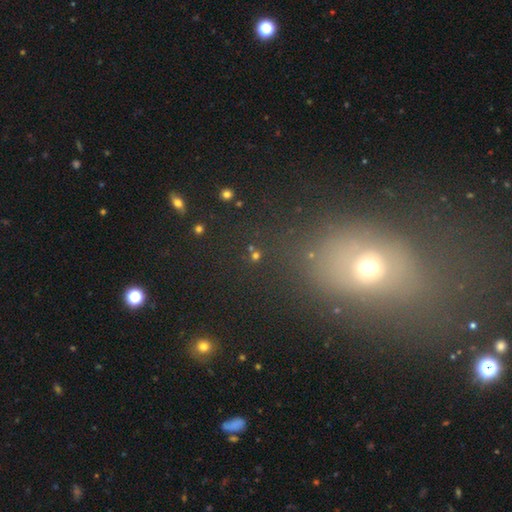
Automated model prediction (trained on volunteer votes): The model was most divided on "smooth or featured": star or artifact: 45%, smooth: 44%, featured or disk: 11%.